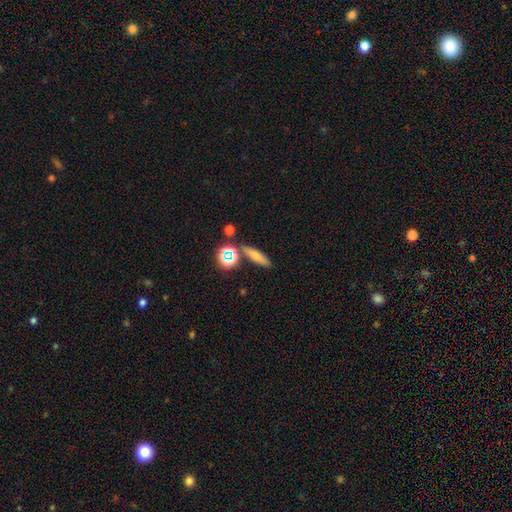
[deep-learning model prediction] The model was most divided on "how rounded": cigar-shaped: 62%, in between: 27%, round: 10%. More confident: merging — none (79%); smooth or featured — smooth (66%).